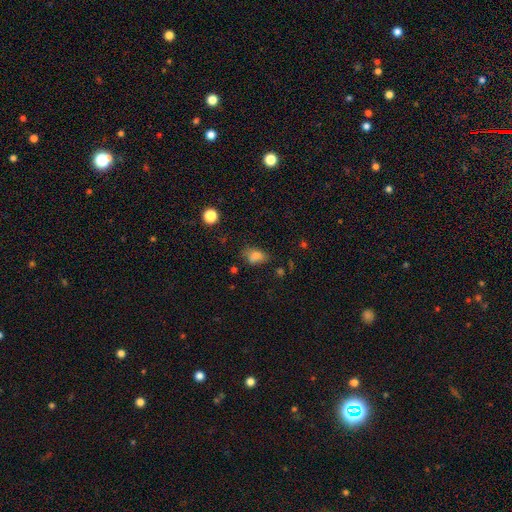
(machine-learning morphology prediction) smooth_or_featured: smooth (p=0.73) [alt: star or artifact p=0.14]
how_rounded: in between (p=0.80) [alt: round p=0.17]
merging: none (p=0.54) [alt: minor disturbance p=0.26]